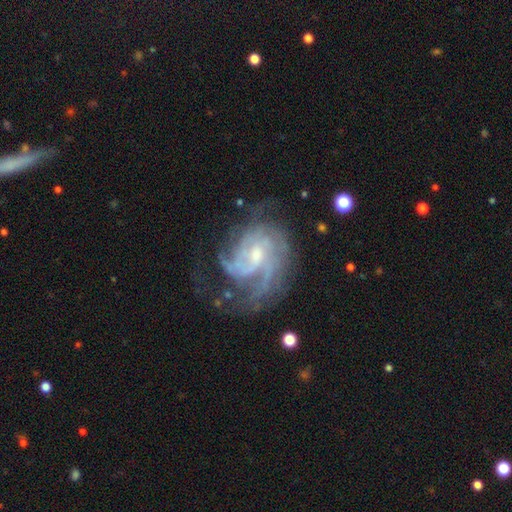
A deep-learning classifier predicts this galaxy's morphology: smooth-or-featured: featured or disk: 88% | star or artifact: 6% | smooth: 6%
  disk-edge-on: no: 98% | yes: 2%
    bar: no: 49% | weak: 43% | strong: 8%
    has-spiral-arms: yes: 96% | no: 4%
      spiral-winding: tight: 50% | medium: 39% | loose: 11%
      spiral-arm-count: can't tell: 28% | 3: 25% | 2: 18% | 4: 15% | 1: 7% | more than 4: 7%
    bulge-size: small: 56% | moderate: 37% | none: 4% | large: 2% | dominant: 1%
  merging: none: 56% | major disturbance: 21% | minor disturbance: 21% | merger: 2%